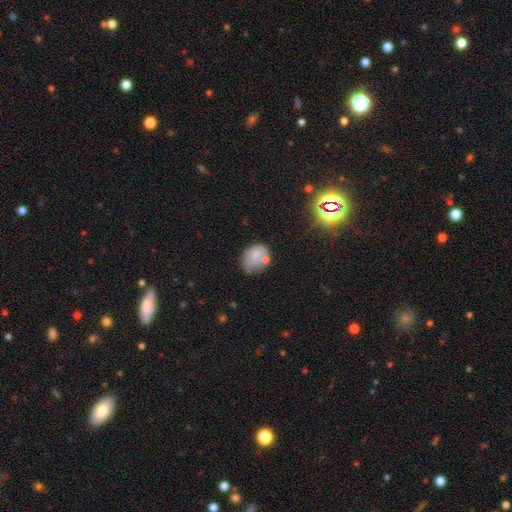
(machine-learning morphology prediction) A smooth galaxy with no disk features (71%) that is in between round and cigar-shaped (59%). Merging: none (51%).